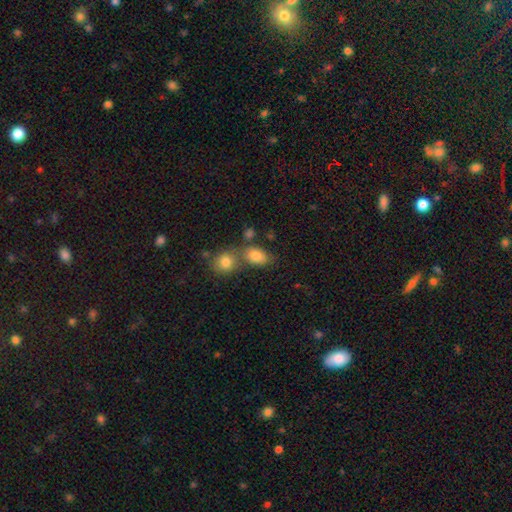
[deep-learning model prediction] This is clearly a smooth galaxy (82%). How rounded: clearly in between (80%). Merging: possibly none (49%).